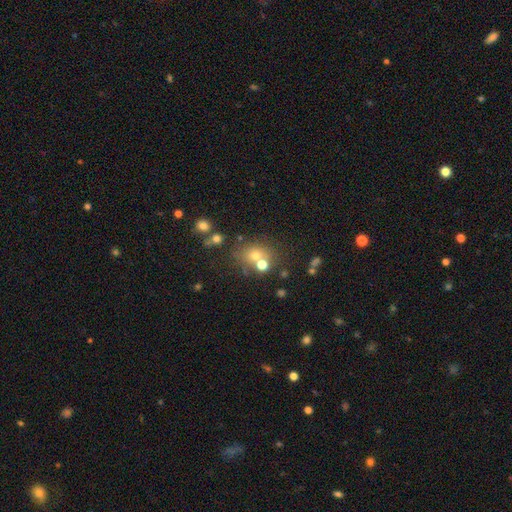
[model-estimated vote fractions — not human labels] The model was most divided on "how rounded": round: 65%, in between: 34%, cigar-shaped: 1%. More confident: smooth or featured — smooth (62%); merging — none (58%).